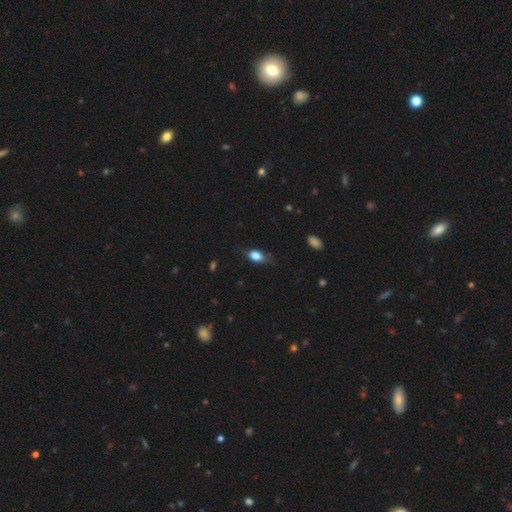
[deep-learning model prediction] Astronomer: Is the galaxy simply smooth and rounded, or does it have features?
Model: smooth — 77%.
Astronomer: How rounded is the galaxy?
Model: in between — 79%.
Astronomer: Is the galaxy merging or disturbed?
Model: none — 63%.